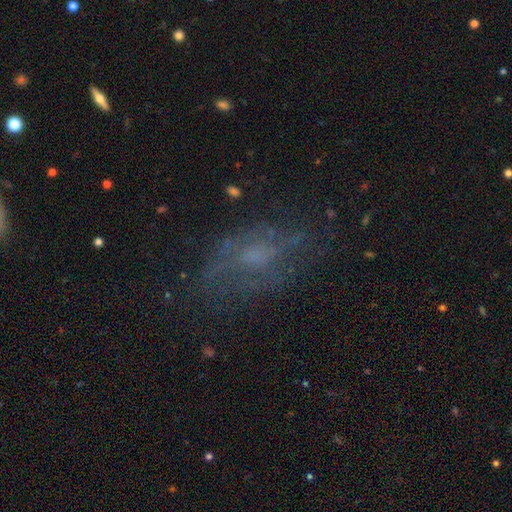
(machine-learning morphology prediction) A featured or disk galaxy (56%) with no bar (71%), spiral arms (59%) and no central bulge (33%).

Vote fractions:
- Smooth or featured? featured or disk: 56% / smooth: 29% / star or artifact: 15%
- Edge-on disk? no: 94% / yes: 6%
- Bar? no: 71% / weak: 25% / strong: 4%
- Spiral arms? yes: 59% / no: 41%
- Bulge size? none: 33% / small: 31% / moderate: 29% / large: 6% / dominant: 1%
- Merging? none: 56% / minor disturbance: 21% / major disturbance: 20% / merger: 2%